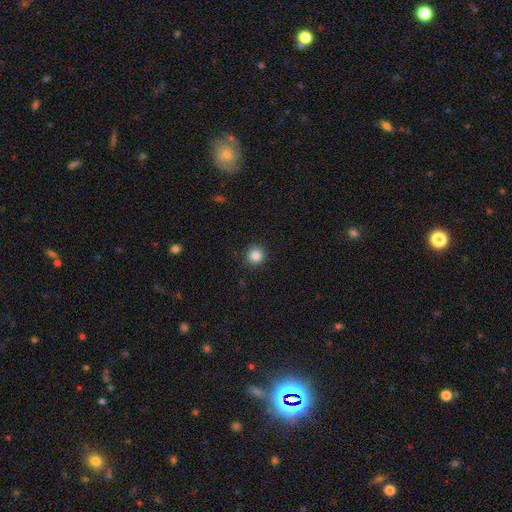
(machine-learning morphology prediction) A smooth galaxy with no disk features (86%) that is round (94%). Merging: none (91%).